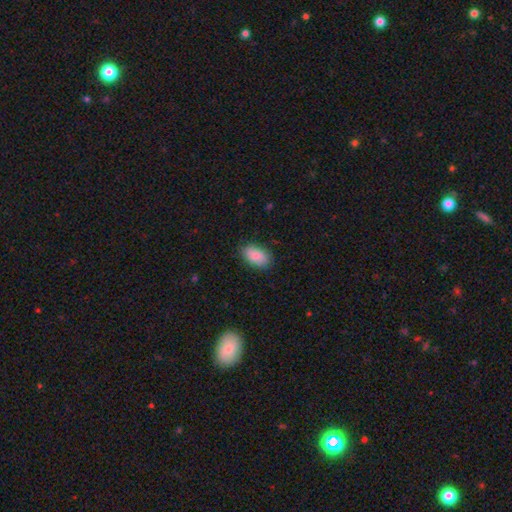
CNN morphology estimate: Smooth or featured? Predicted: smooth (p=0.88). How rounded? Predicted: in between (p=0.93). Merging? Predicted: none (p=0.84).